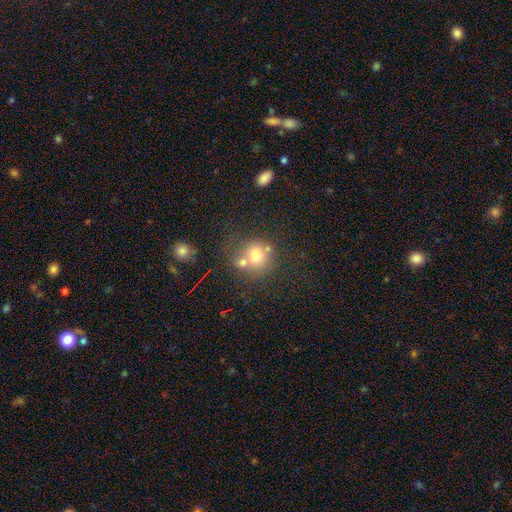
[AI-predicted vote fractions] This is likely a smooth galaxy (70%). How rounded: clearly round (80%). Merging: possibly none (49%).